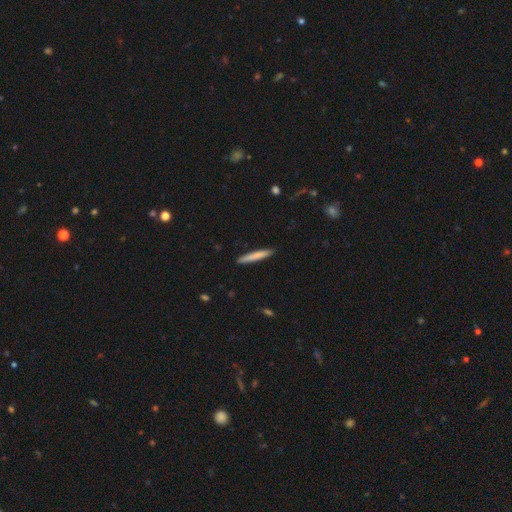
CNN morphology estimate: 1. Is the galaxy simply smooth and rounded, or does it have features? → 76% smooth, 18% featured or disk, 6% star or artifact.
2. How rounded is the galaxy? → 95% cigar-shaped, 4% in between, 1% round.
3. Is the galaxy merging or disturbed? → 91% none, 7% minor disturbance, 1% major disturbance, 1% merger.